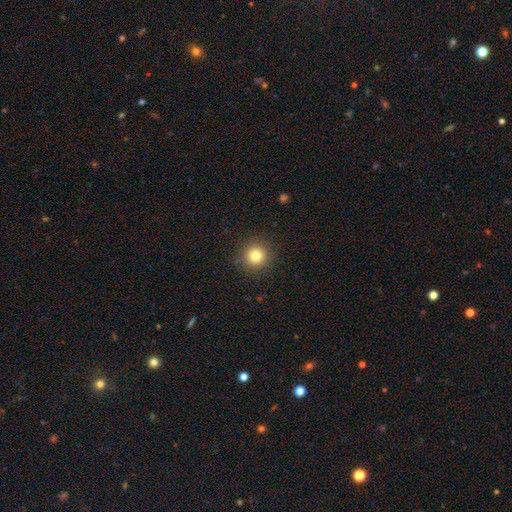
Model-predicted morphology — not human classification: This appears to be a smooth galaxy with no disk features (81%) that is round (94%). Merging: none (91%).